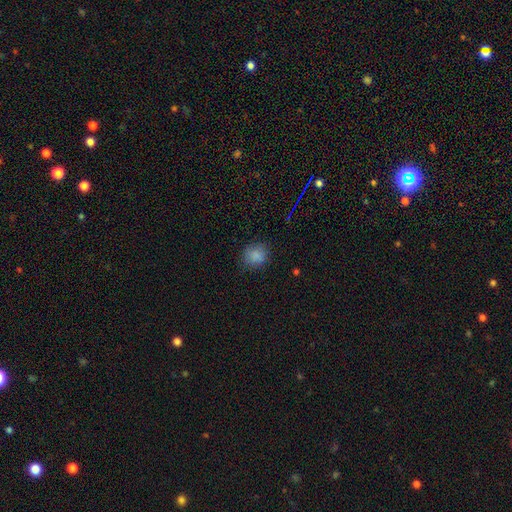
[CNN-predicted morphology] smooth-or-featured: smooth: 84% | star or artifact: 11% | featured or disk: 5%
  how-rounded: round: 73% | in between: 26% | cigar-shaped: 1%
  merging: none: 80% | minor disturbance: 15% | major disturbance: 4% | merger: 1%